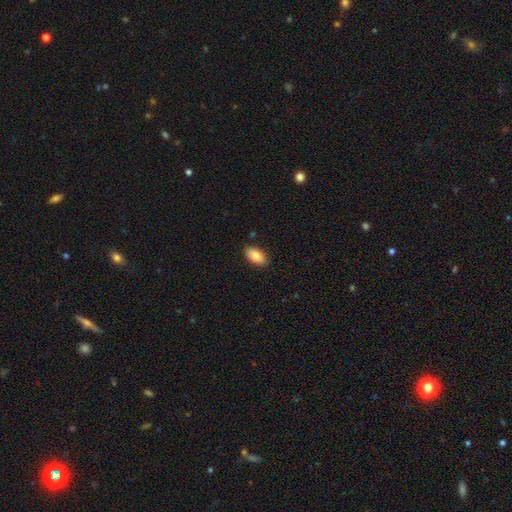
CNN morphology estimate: Q: Smooth or featured?
A: smooth (85%); runner-up: featured or disk (9%)
Q: How rounded?
A: in between (94%); runner-up: round (4%)
Q: Merging?
A: none (88%); runner-up: minor disturbance (9%)